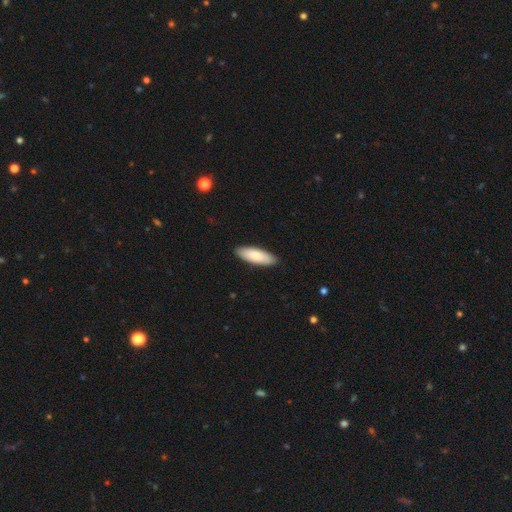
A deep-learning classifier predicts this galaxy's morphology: smooth 82%, featured or disk 13%, star or artifact 5%. Down the decision tree: how rounded — in between (66%); merging — none (89%).